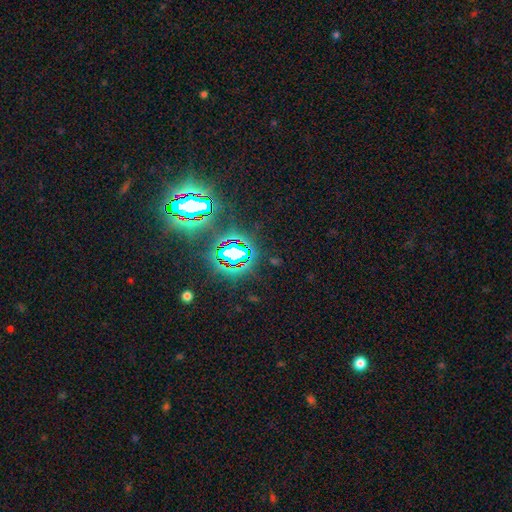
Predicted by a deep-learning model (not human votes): Morphology: type=star or artifact (82%).